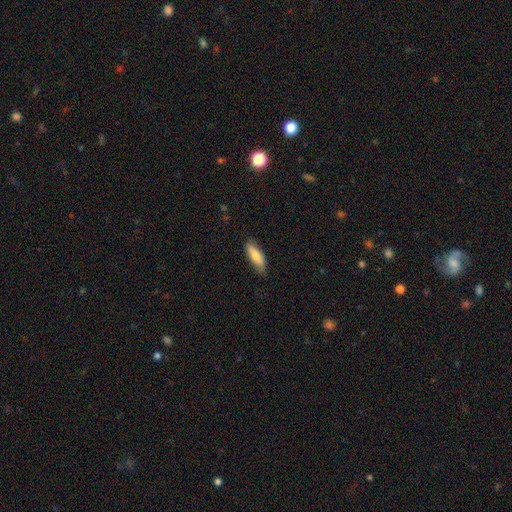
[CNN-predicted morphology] smooth 75%, featured or disk 19%, star or artifact 6%. Down the decision tree: how rounded — in between (57%); merging — none (75%).